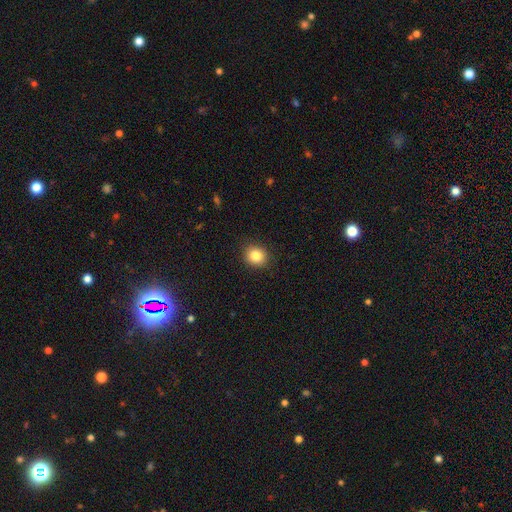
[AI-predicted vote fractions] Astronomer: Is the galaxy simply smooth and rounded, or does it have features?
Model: smooth — 84%.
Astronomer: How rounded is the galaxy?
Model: round — 79%.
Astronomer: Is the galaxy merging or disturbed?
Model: none — 89%.